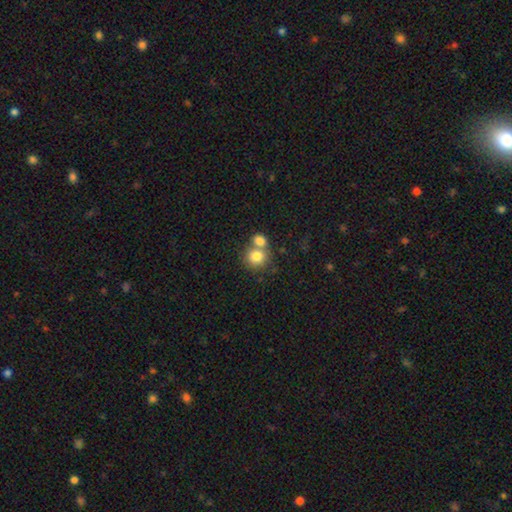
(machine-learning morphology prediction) Q: Smooth or featured?
A: smooth (80%); runner-up: featured or disk (11%)
Q: How rounded?
A: round (83%); runner-up: in between (17%)
Q: Merging?
A: merger (47%); runner-up: none (43%)